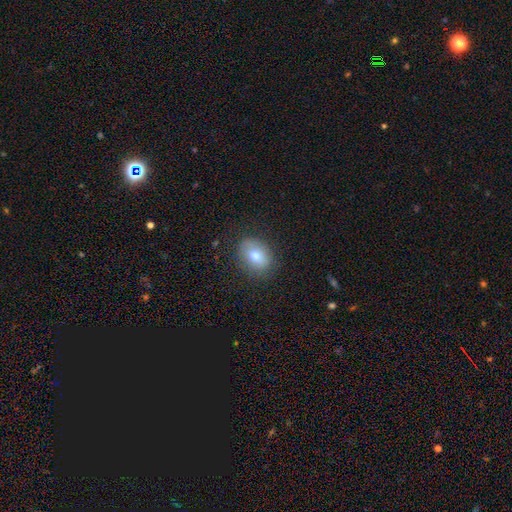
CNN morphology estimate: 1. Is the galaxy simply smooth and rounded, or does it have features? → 75% smooth, 16% featured or disk, 9% star or artifact.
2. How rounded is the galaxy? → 66% in between, 33% round, 1% cigar-shaped.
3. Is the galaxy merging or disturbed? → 84% none, 12% minor disturbance, 3% major disturbance, 1% merger.